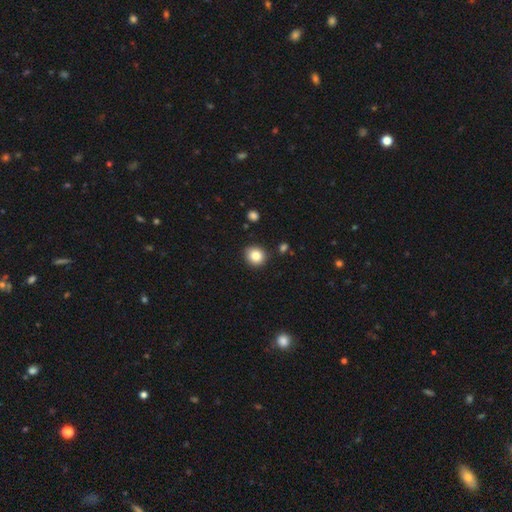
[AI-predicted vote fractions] smooth_or_featured: smooth (p=0.85) [alt: star or artifact p=0.10]
how_rounded: round (p=0.84) [alt: in between p=0.15]
merging: none (p=0.87) [alt: minor disturbance p=0.09]